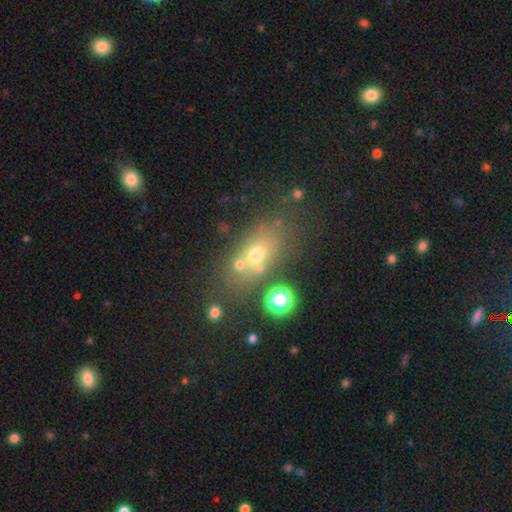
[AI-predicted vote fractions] Smooth or featured? smooth (55%)
How rounded? in between (62%)
Merging? none (54%)